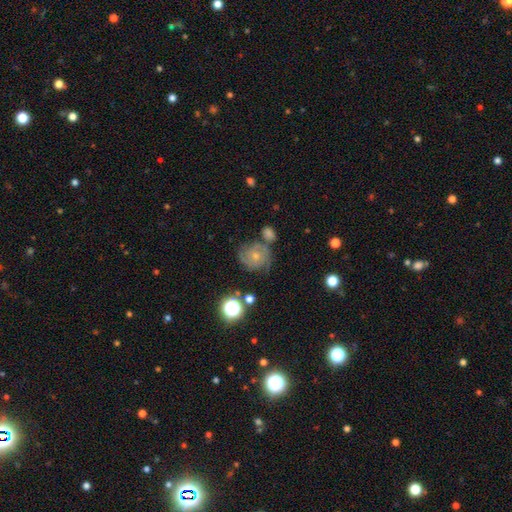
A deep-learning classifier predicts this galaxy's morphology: Smooth or featured: featured or disk — 66% (smooth — 22%)
Edge-on disk: no — 98% (yes — 2%)
Bar: no — 80% (weak — 17%)
Spiral arms: yes — 92% (no — 8%)
Spiral winding: tight — 61% (medium — 31%)
Spiral arm count: 2 — 34% (can't tell — 25%)
Bulge size: small — 57% (moderate — 37%)
Merging: none — 63% (minor disturbance — 19%)